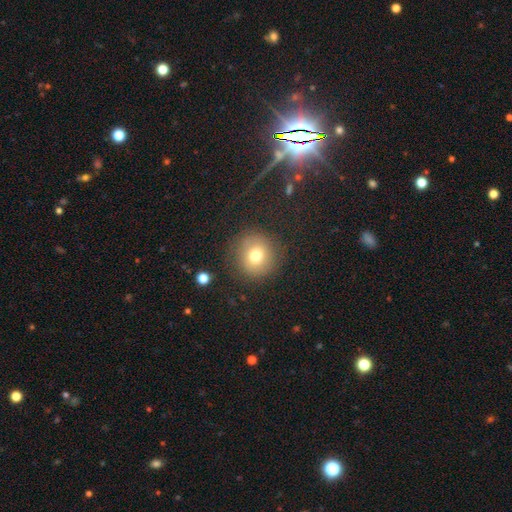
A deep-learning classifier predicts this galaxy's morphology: smooth_or_featured: smooth (p=0.73) [alt: featured or disk p=0.15]
how_rounded: round (p=0.91) [alt: in between p=0.08]
merging: none (p=0.82) [alt: minor disturbance p=0.11]